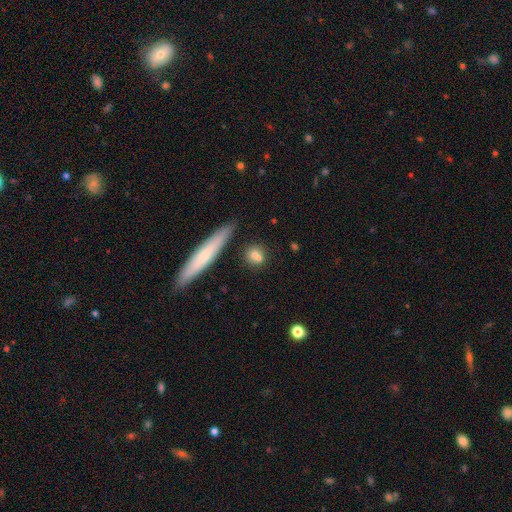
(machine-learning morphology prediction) Overall: smooth (72%). How rounded: round (68%). Merging: none (70%).